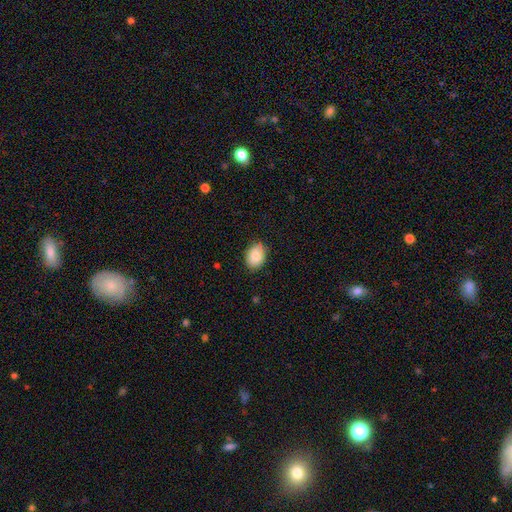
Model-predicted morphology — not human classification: Smooth or featured? smooth (86%)
How rounded? in between (77%)
Merging? none (85%)